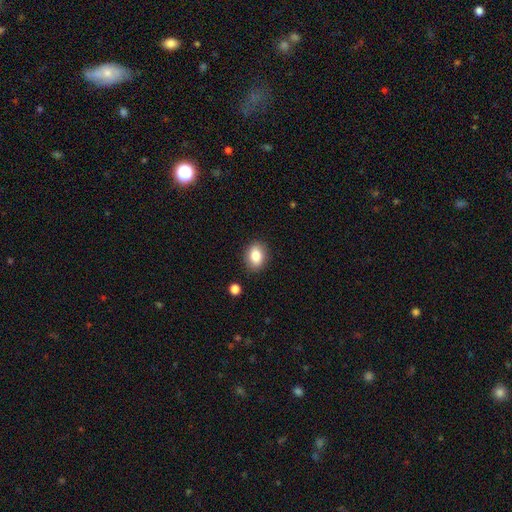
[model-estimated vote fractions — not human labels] smooth_or_featured: smooth (p=0.83) [alt: star or artifact p=0.09]
how_rounded: in between (p=0.71) [alt: round p=0.28]
merging: none (p=0.87) [alt: minor disturbance p=0.09]